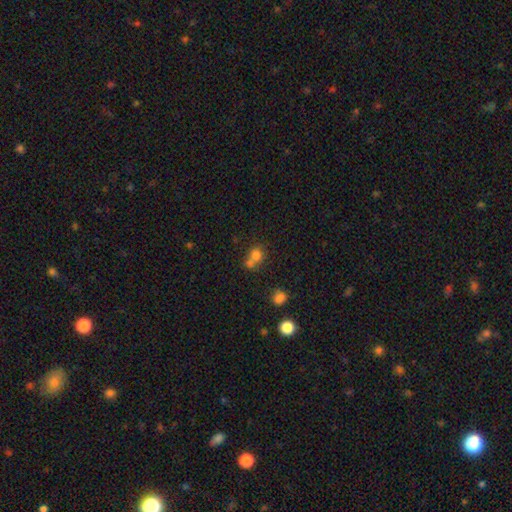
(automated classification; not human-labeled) Morphology: type=smooth (75%); roundness=round (71%); merging=merger (51%).